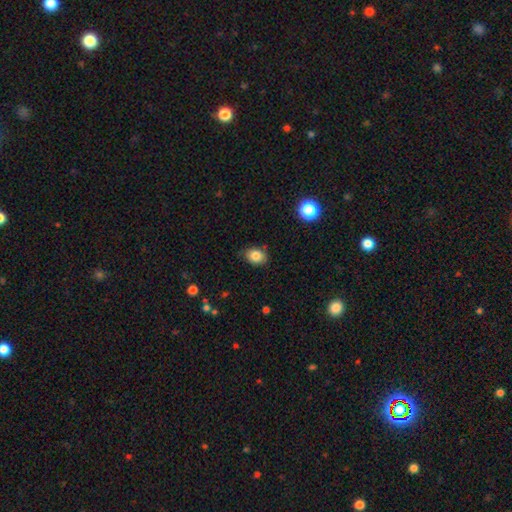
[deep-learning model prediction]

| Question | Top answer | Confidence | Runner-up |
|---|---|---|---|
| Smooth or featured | smooth | 84% | star or artifact (9%) |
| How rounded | in between | 67% | round (32%) |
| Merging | none | 78% | minor disturbance (17%) |